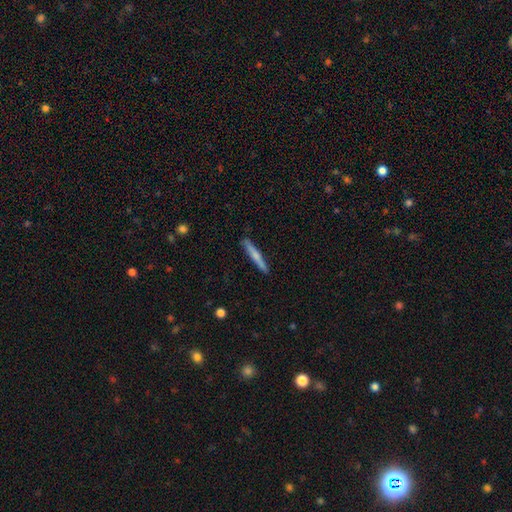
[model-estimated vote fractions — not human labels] This appears to be a smooth galaxy with no disk features (60%) that is cigar-shaped (95%). Merging: none (89%).